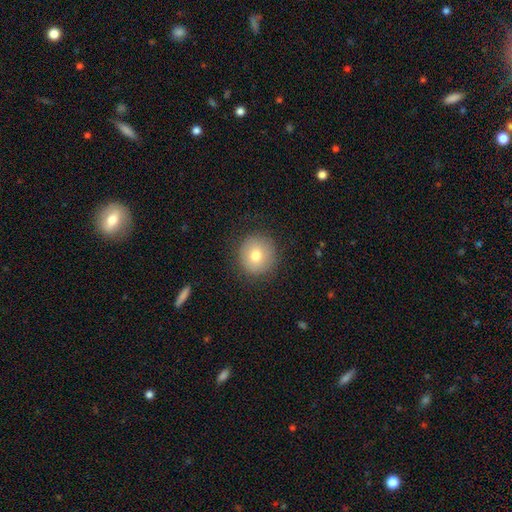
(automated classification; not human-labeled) smooth 75%, featured or disk 14%, star or artifact 10%. Down the decision tree: how rounded — round (92%); merging — none (87%).